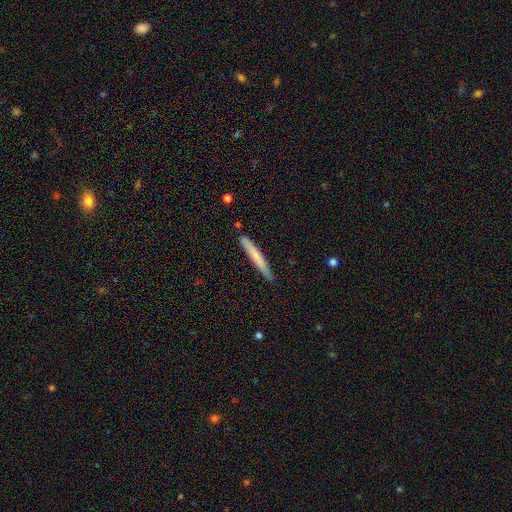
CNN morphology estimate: This appears to be a smooth galaxy with no disk features (67%) that is cigar-shaped (96%). Merging: none (85%).